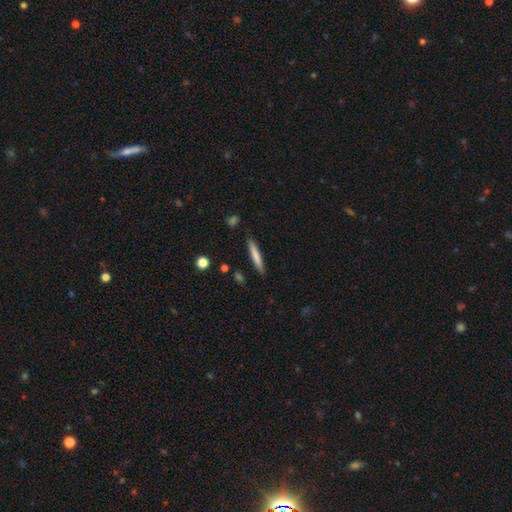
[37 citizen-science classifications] smooth-or-featured: smooth: 76% | featured or disk: 22% | star or artifact: 3%
  how-rounded: cigar-shaped: 96% | in between: 4% | round: 0%
  merging: none: 92% | major disturbance: 6% | minor disturbance: 3% | merger: 0%